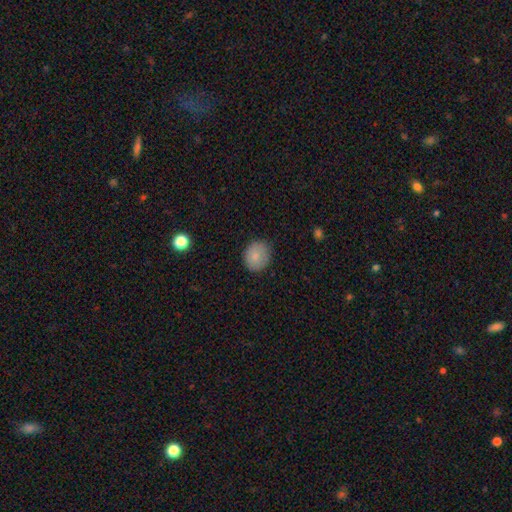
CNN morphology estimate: type=smooth (83%); roundness=round (60%); merging=none (79%).